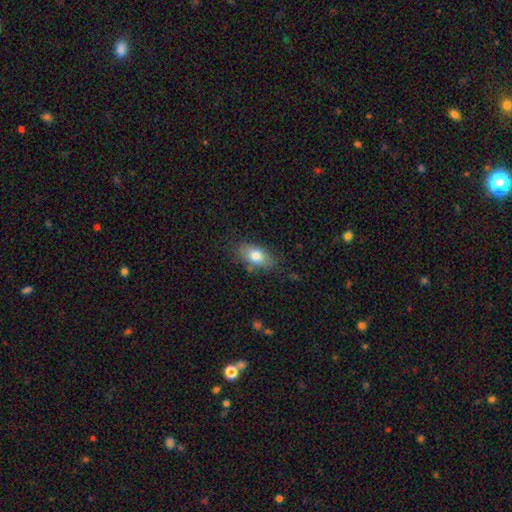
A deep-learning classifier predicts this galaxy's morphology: A smooth galaxy with no disk features (77%) that is in between round and cigar-shaped (86%). Merging: none (77%).